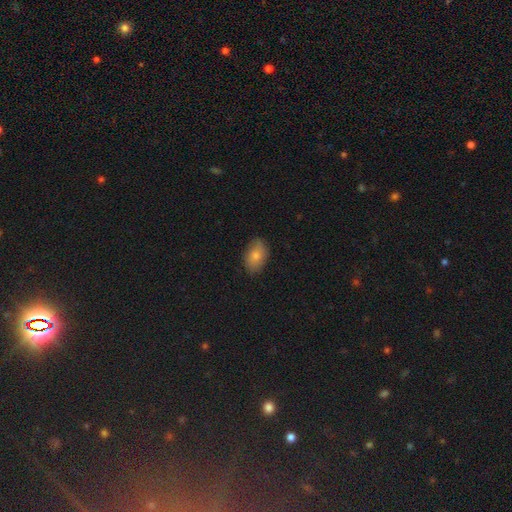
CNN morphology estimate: Smooth or featured?
  - smooth: 79% *
  - featured or disk: 13%
  - star or artifact: 7%
How rounded?
  - in between: 88% *
  - round: 10%
  - cigar-shaped: 1%
Merging?
  - none: 82% *
  - minor disturbance: 14%
  - major disturbance: 3%
  - merger: 1%